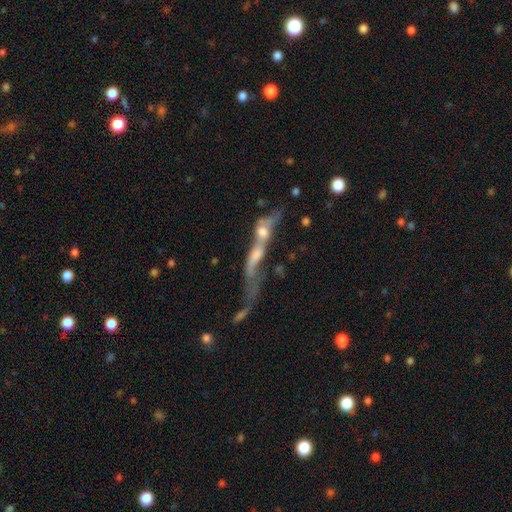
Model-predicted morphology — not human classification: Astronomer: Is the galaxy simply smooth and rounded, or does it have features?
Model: featured or disk — 51% (runner-up: smooth, 37%).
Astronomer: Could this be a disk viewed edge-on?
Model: no — 70%.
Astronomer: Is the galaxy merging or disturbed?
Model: merger — 76%.